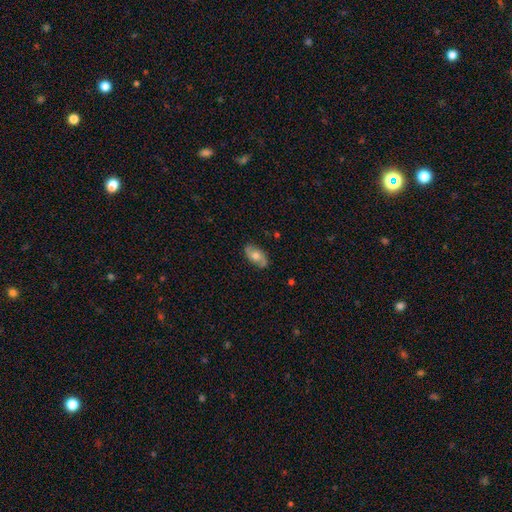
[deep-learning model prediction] Smooth or featured: smooth — 47% (featured or disk — 46%)
Merging: none — 83% (minor disturbance — 13%)